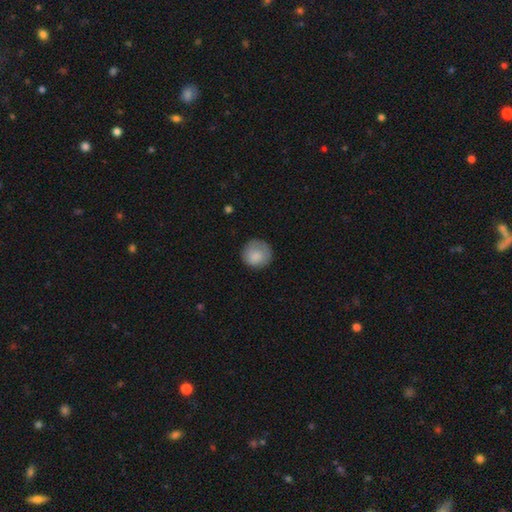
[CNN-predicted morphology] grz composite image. It shows a smooth galaxy with no disk features (84%) that is round (92%). Merging: none (78%).